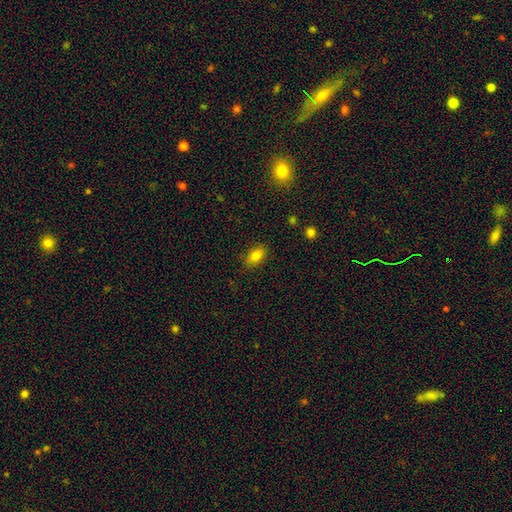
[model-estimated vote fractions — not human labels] Smooth or featured: smooth — 81% (star or artifact — 10%)
How rounded: in between — 87% (round — 9%)
Merging: none — 85% (minor disturbance — 11%)